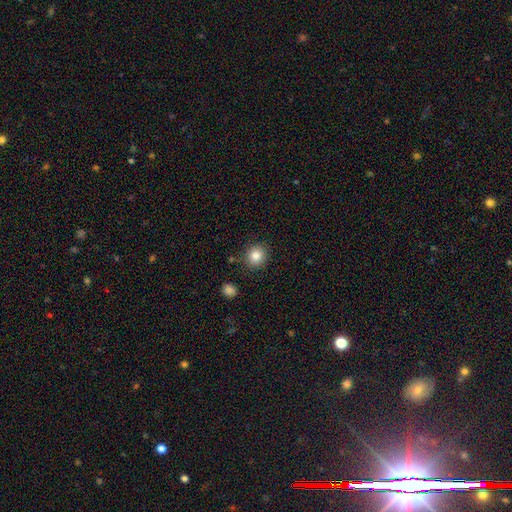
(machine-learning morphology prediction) This is clearly a smooth galaxy (85%). How rounded: clearly round (88%). Merging: clearly none (87%).